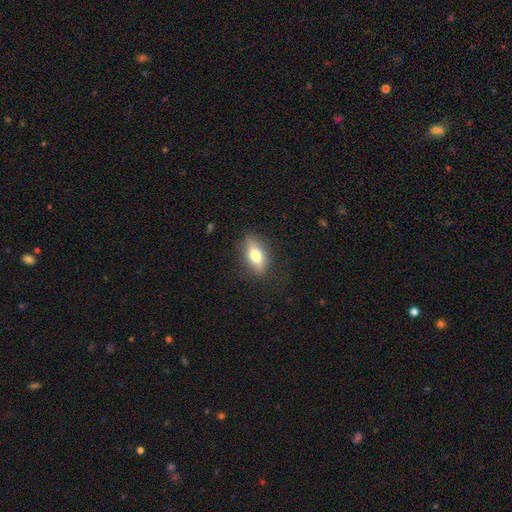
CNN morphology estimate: Smooth or featured: smooth — 73% (featured or disk — 20%)
How rounded: in between — 84% (cigar-shaped — 9%)
Merging: none — 82% (minor disturbance — 13%)